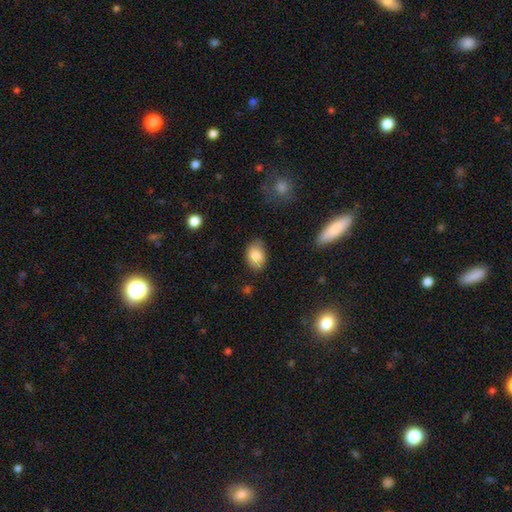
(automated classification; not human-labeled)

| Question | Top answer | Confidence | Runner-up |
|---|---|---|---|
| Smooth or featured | smooth | 83% | featured or disk (9%) |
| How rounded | in between | 82% | round (17%) |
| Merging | none | 77% | minor disturbance (18%) |